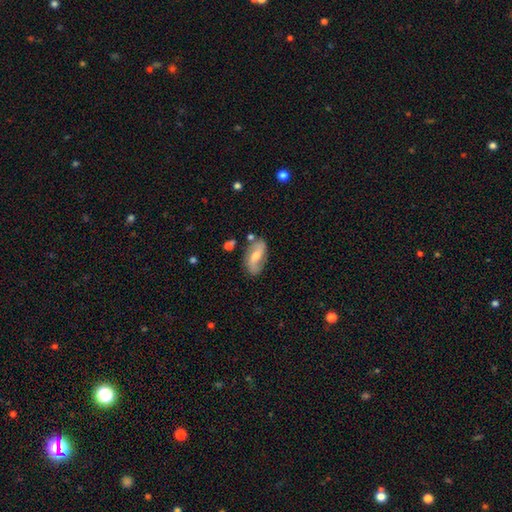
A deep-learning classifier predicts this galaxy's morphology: The model was most divided on "bar": no: 43%, weak: 38%, strong: 19%. More confident: edge-on disk — no (92%); spiral arms — yes (85%); merging — none (71%); smooth or featured — featured or disk (59%); bulge size — moderate (55%).